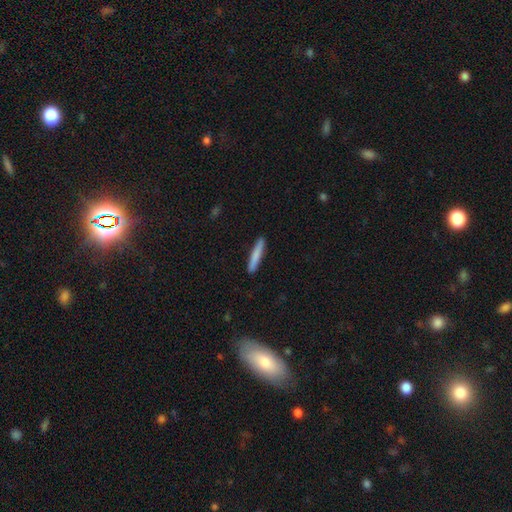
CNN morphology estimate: Smooth or featured?
  - smooth: 80% *
  - featured or disk: 15%
  - star or artifact: 5%
How rounded?
  - cigar-shaped: 94% *
  - in between: 5%
  - round: 1%
Merging?
  - none: 90% *
  - minor disturbance: 7%
  - major disturbance: 1%
  - merger: 1%